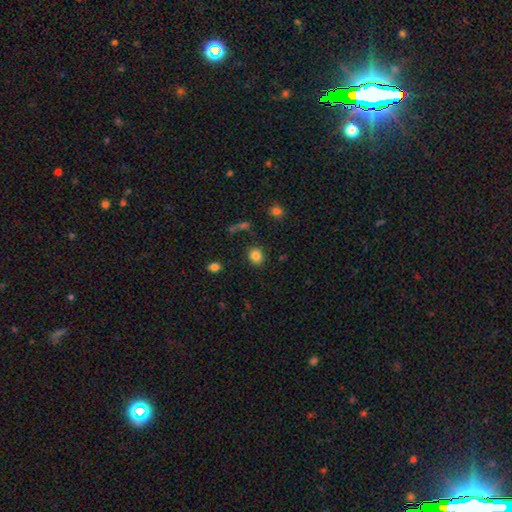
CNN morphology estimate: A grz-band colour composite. It shows a smooth galaxy with no disk features (84%) that is round (71%). Merging: none (87%).